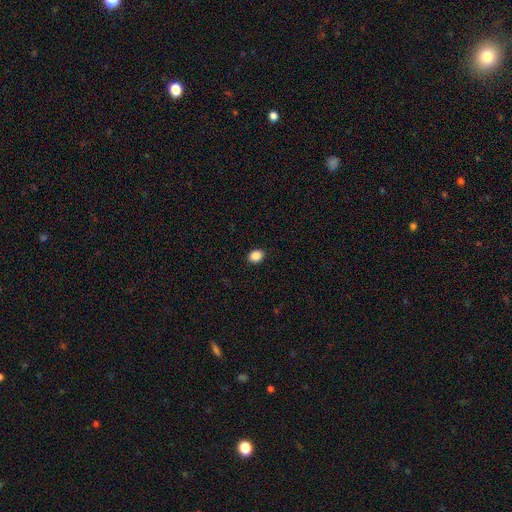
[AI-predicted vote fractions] smooth-or-featured: smooth: 87% | star or artifact: 9% | featured or disk: 4%
  how-rounded: in between: 53% | round: 46% | cigar-shaped: 1%
  merging: none: 91% | minor disturbance: 6% | major disturbance: 2% | merger: 1%